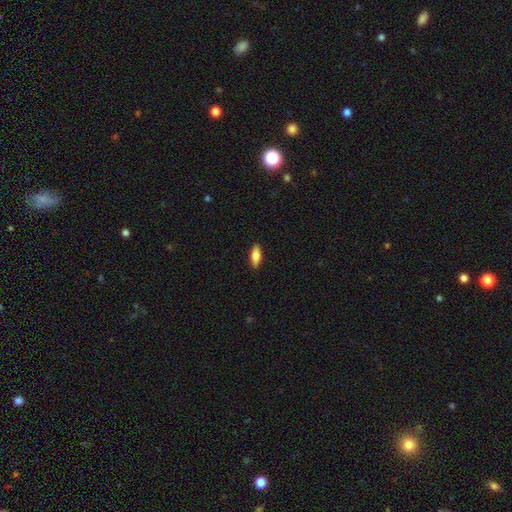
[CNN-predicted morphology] Q: Smooth or featured?
A: smooth (74%); runner-up: featured or disk (20%)
Q: How rounded?
A: in between (65%); runner-up: cigar-shaped (32%)
Q: Merging?
A: none (89%); runner-up: minor disturbance (8%)